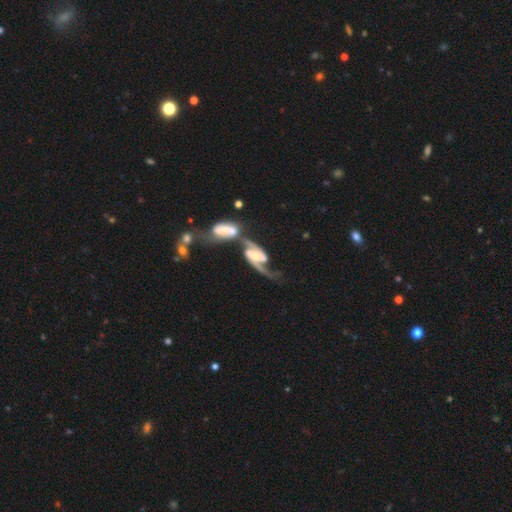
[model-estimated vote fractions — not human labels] featured or disk 90%, smooth 5%, star or artifact 5%. Down the decision tree: edge-on disk — no (96%); bar — strong (43%); spiral arms — yes (97%); spiral arm count — 2 (91%); spiral winding — loose (59%); bulge size — small (43%); merging — merger (56%).